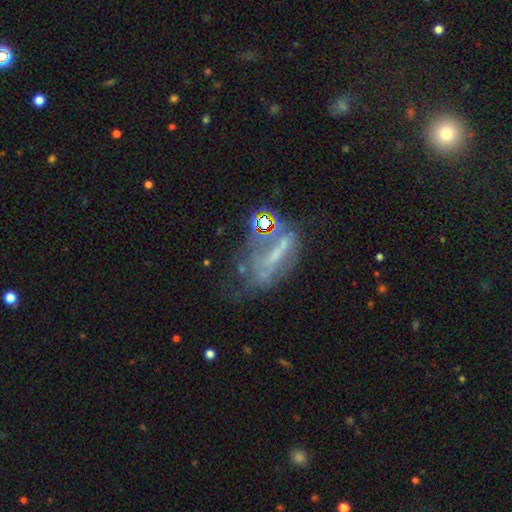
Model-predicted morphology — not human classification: This is possibly a featured or disk galaxy (54%). It is clearly not viewed edge-on (83%). Merging: marginally none (34%).